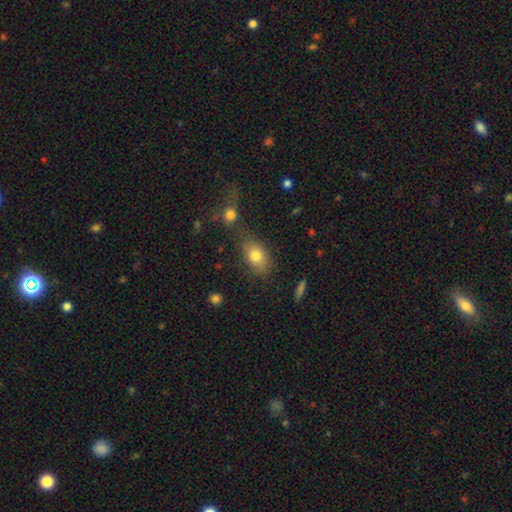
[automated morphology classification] smooth 79%, featured or disk 12%, star or artifact 9%. Down the decision tree: how rounded — in between (80%); merging — none (66%).